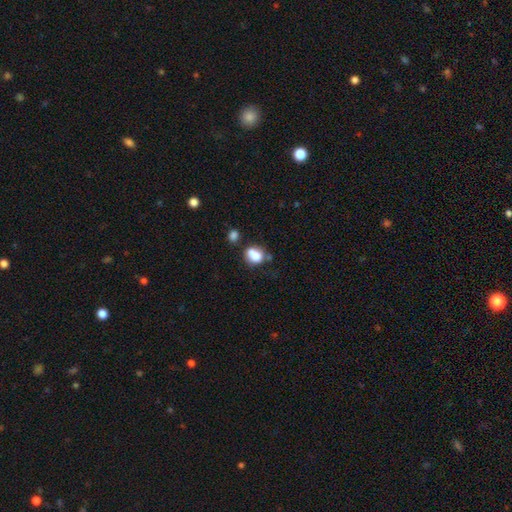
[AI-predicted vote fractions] smooth_or_featured: smooth (p=0.78) [alt: featured or disk p=0.12]
how_rounded: in between (p=0.55) [alt: round p=0.44]
merging: none (p=0.39) [alt: merger p=0.31]